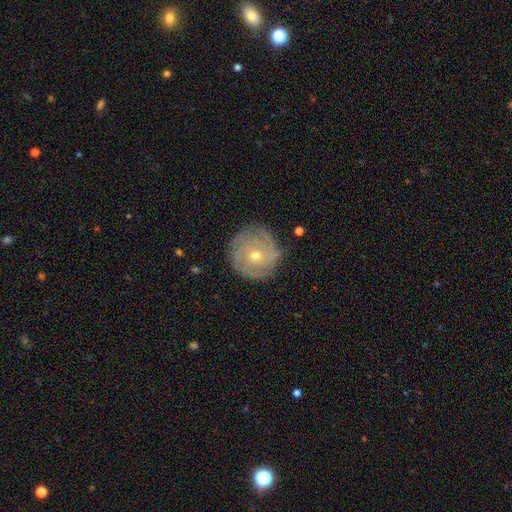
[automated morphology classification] Smooth or featured? Predicted: featured or disk (p=0.76). Edge-on disk? Predicted: no (p=0.97). Bar? Predicted: no (p=0.80). Spiral arms? Predicted: yes (p=0.91). Spiral winding? Predicted: tight (p=0.75). Spiral arm count? Predicted: can't tell (p=0.35). Bulge size? Predicted: small (p=0.53). Merging? Predicted: none (p=0.80).